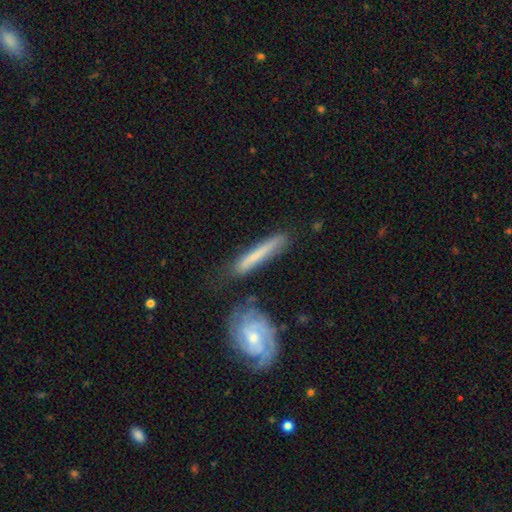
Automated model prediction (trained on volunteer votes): Q: Smooth or featured?
A: smooth (51%); runner-up: featured or disk (43%)
Q: How rounded?
A: cigar-shaped (92%); runner-up: in between (6%)
Q: Merging?
A: none (73%); runner-up: minor disturbance (16%)